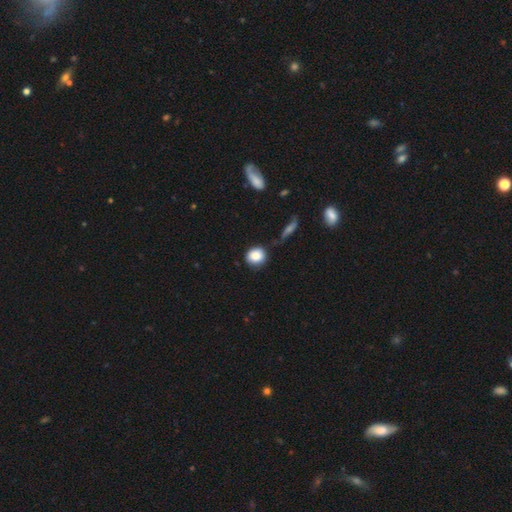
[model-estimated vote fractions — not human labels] Smooth or featured: smooth — 86% (star or artifact — 8%)
How rounded: round — 79% (in between — 20%)
Merging: none — 74% (minor disturbance — 17%)